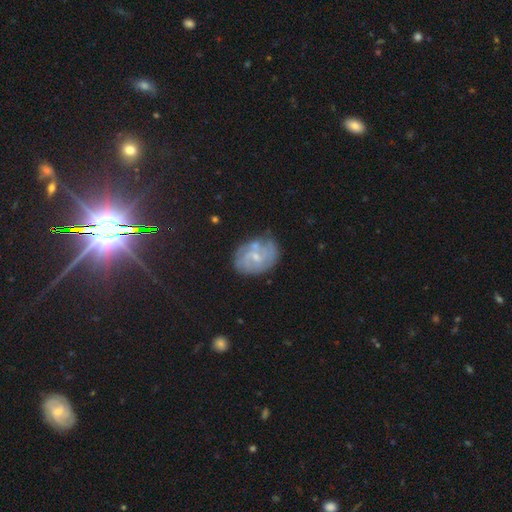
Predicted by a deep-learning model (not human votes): This is likely a featured or disk galaxy (66%). It is clearly not viewed edge-on (97%). Bar: possibly no (51%). Spiral arm pattern: likely yes (77%). Central bulge: likely small (67%). Merging: likely none (62%).